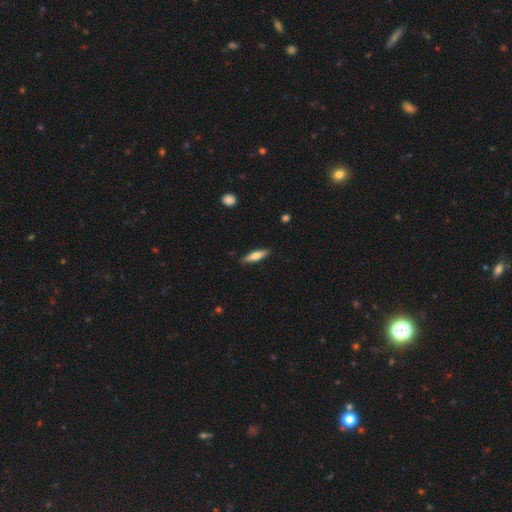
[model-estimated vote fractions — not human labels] Smooth or featured: smooth — 63% (featured or disk — 31%)
How rounded: cigar-shaped — 64% (in between — 34%)
Merging: none — 88% (minor disturbance — 9%)